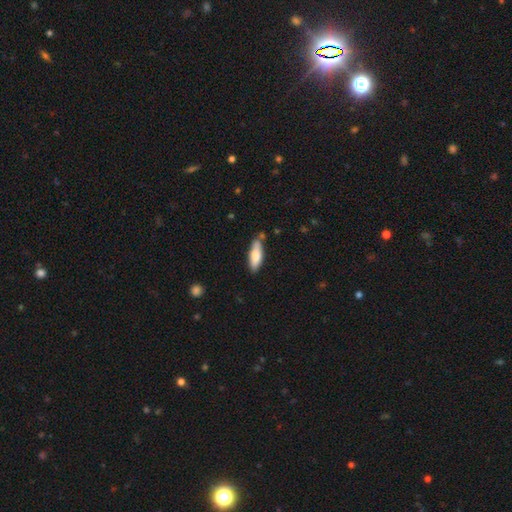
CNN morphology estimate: type=smooth (77%); roundness=in between (54%); merging=none (72%).